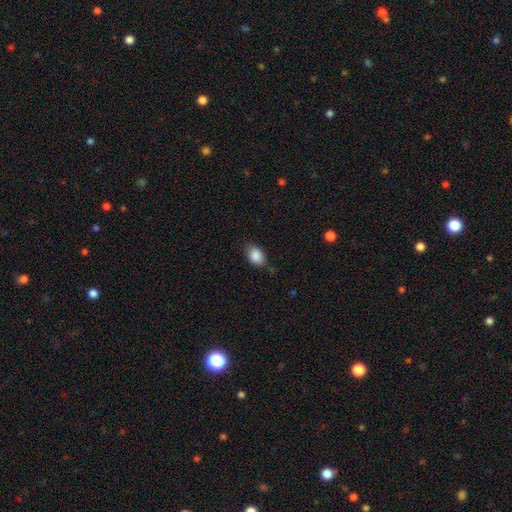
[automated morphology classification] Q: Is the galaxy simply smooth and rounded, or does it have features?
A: smooth — 88%.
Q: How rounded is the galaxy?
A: in between — 75%.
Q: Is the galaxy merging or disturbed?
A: none — 75%.